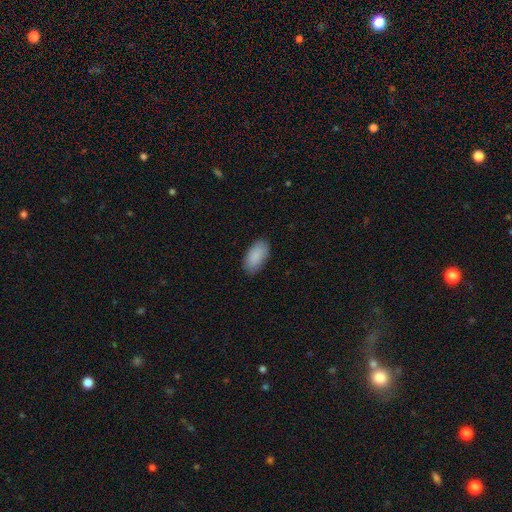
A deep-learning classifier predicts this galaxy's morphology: smooth 90%, star or artifact 6%, featured or disk 4%. Down the decision tree: how rounded — in between (94%); merging — none (85%).